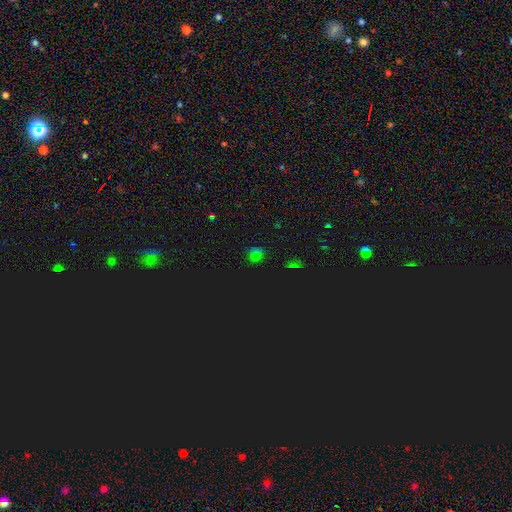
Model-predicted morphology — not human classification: smooth_or_featured: star or artifact (p=0.63) [alt: smooth p=0.29]